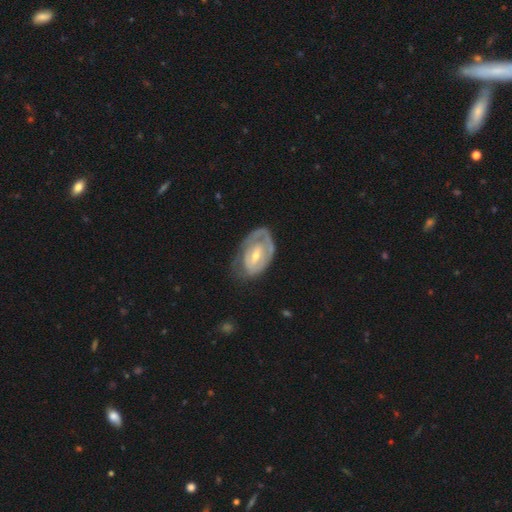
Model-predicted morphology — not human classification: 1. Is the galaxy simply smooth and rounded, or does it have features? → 73% featured or disk, 22% smooth, 5% star or artifact.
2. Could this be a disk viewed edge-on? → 95% no, 5% yes.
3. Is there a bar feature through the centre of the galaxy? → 43% weak, 42% no, 15% strong.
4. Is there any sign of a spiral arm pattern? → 69% yes, 31% no.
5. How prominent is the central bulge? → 48% small, 47% moderate, 3% large, 1% none, 1% dominant.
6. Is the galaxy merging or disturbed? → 54% none, 27% minor disturbance, 17% major disturbance, 2% merger.